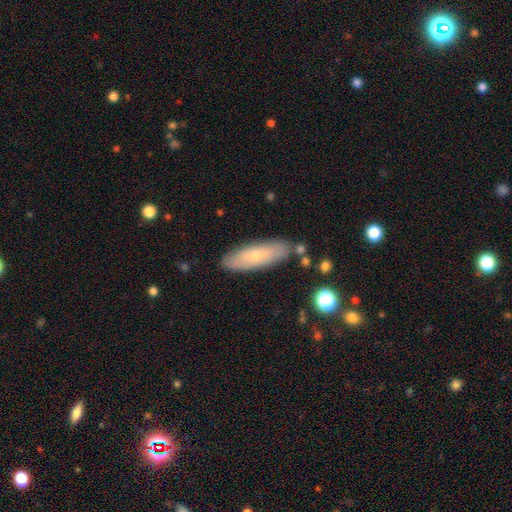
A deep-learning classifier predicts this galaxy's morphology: This appears to be a smooth galaxy with no disk features (63%) that is cigar-shaped (50%). Merging: none (83%).